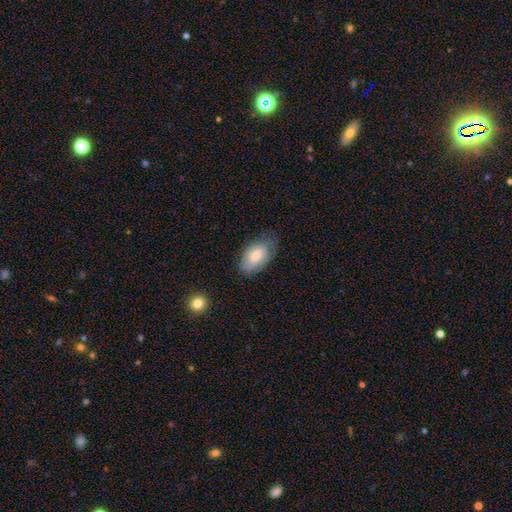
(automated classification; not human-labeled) This is likely a smooth galaxy (71%). How rounded: clearly in between (93%). Merging: likely none (68%).